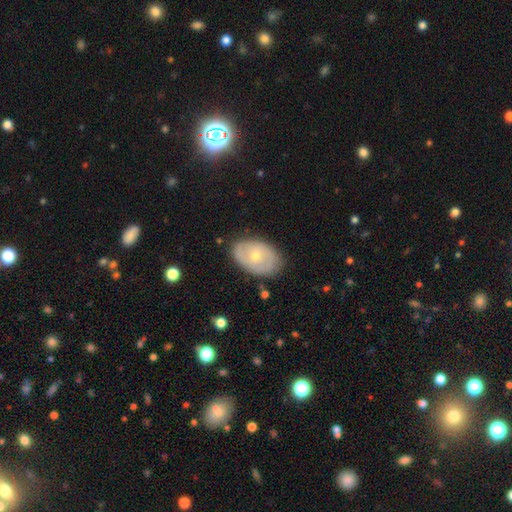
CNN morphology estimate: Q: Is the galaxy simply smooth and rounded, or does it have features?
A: featured or disk — 51%.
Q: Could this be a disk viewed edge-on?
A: no — 92%.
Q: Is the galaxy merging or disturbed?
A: none — 80%.